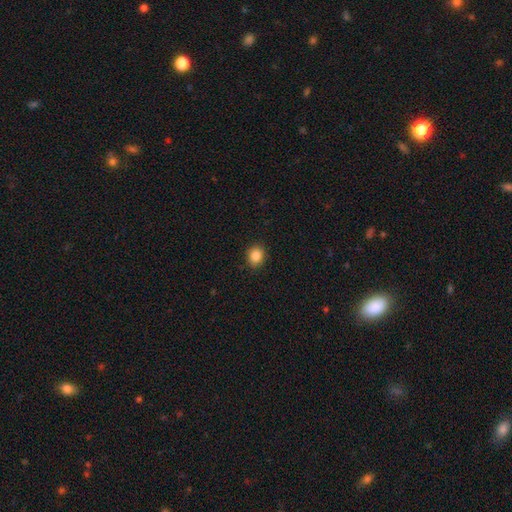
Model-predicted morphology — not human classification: Q: Smooth or featured?
A: smooth (86%); runner-up: star or artifact (10%)
Q: How rounded?
A: round (67%); runner-up: in between (32%)
Q: Merging?
A: none (89%); runner-up: minor disturbance (8%)